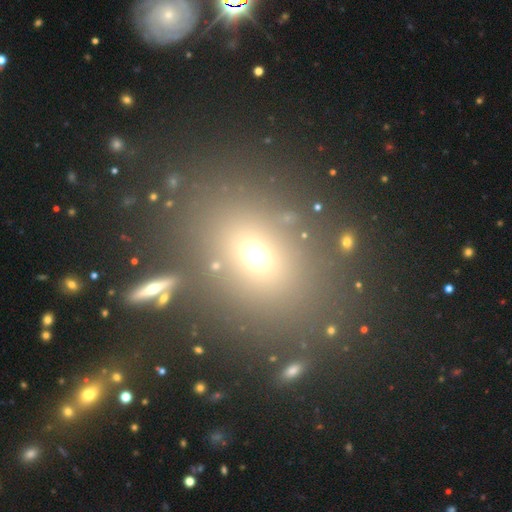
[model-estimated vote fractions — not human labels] smooth-or-featured: smooth: 62% | star or artifact: 27% | featured or disk: 11%
  how-rounded: in between: 55% | round: 43% | cigar-shaped: 2%
  merging: none: 79% | minor disturbance: 8% | merger: 8% | major disturbance: 5%